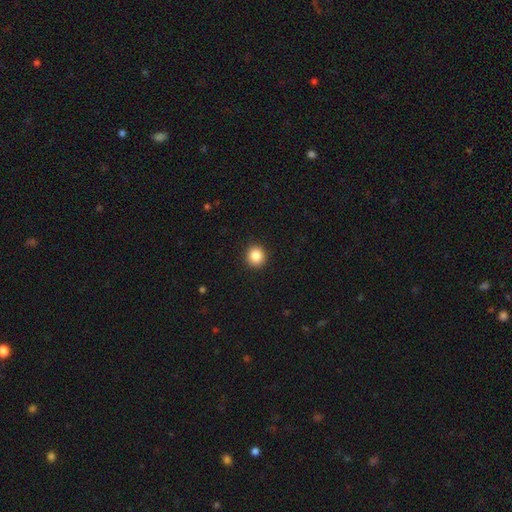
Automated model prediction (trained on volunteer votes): Smooth or featured?
  - smooth: 86% *
  - star or artifact: 10%
  - featured or disk: 4%
How rounded?
  - round: 93% *
  - in between: 6%
  - cigar-shaped: 1%
Merging?
  - none: 93% *
  - minor disturbance: 5%
  - major disturbance: 2%
  - merger: 1%